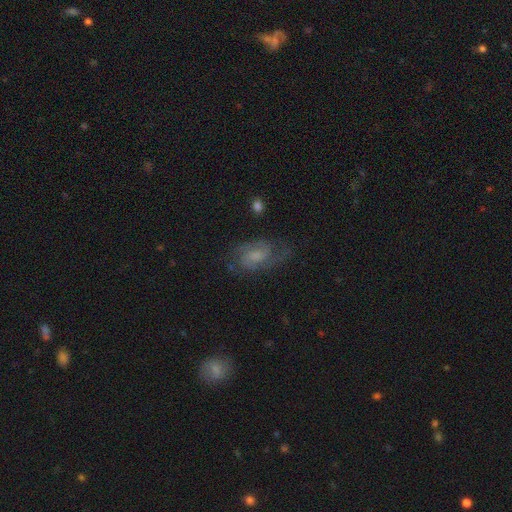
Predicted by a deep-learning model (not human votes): Q: Smooth or featured?
A: featured or disk (70%); runner-up: smooth (21%)
Q: Edge-on disk?
A: no (96%); runner-up: yes (4%)
Q: Bar?
A: no (49%); runner-up: weak (43%)
Q: Spiral arms?
A: yes (91%); runner-up: no (9%)
Q: Spiral winding?
A: medium (49%); runner-up: tight (31%)
Q: Spiral arm count?
A: 2 (70%); runner-up: can't tell (16%)
Q: Bulge size?
A: moderate (35%); runner-up: small (31%)
Q: Merging?
A: none (65%); runner-up: minor disturbance (20%)